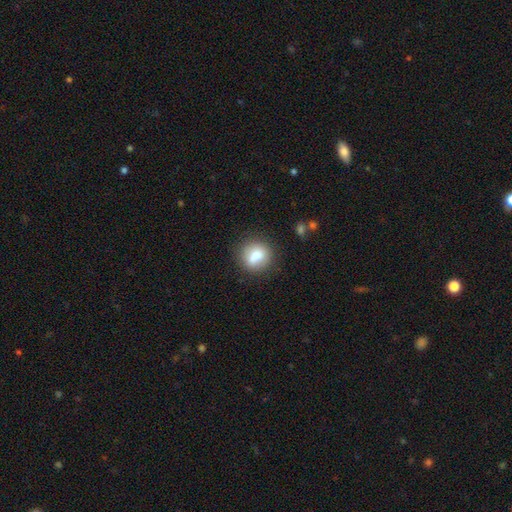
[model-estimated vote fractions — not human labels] This is likely a smooth galaxy (78%). How rounded: likely round (74%). Merging: likely none (78%).